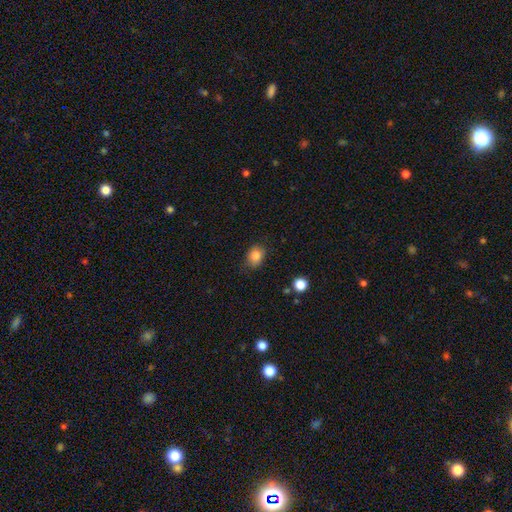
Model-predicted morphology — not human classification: smooth 83%, star or artifact 10%, featured or disk 7%. Down the decision tree: how rounded — in between (56%); merging — none (78%).